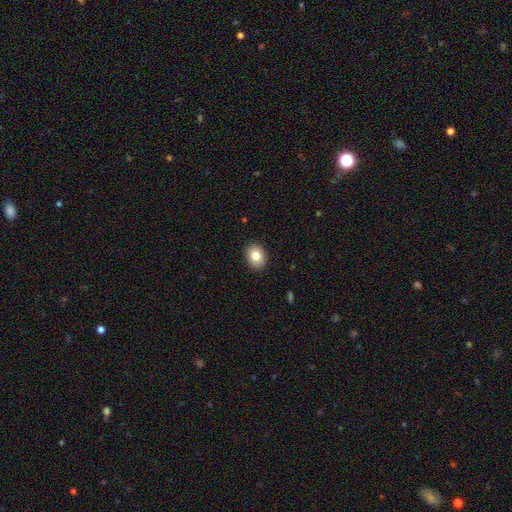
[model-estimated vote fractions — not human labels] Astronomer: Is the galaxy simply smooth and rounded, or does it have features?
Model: smooth — 81%.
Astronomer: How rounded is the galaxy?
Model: in between — 55% (runner-up: round, 44%).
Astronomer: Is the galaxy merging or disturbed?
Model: none — 90%.